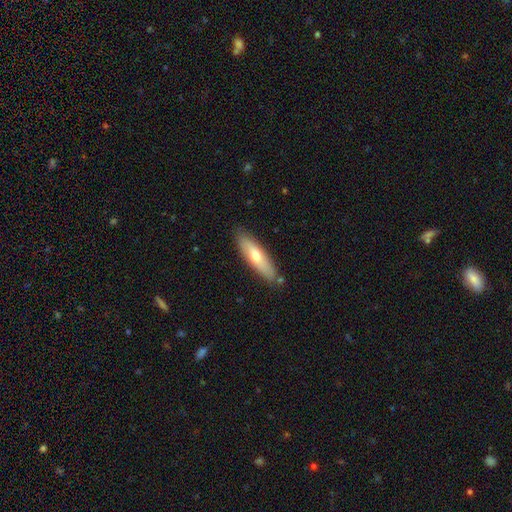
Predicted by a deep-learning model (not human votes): The model was most divided on "smooth or featured": smooth: 58%, featured or disk: 36%, star or artifact: 6%. More confident: merging — none (84%); how rounded — cigar-shaped (64%).